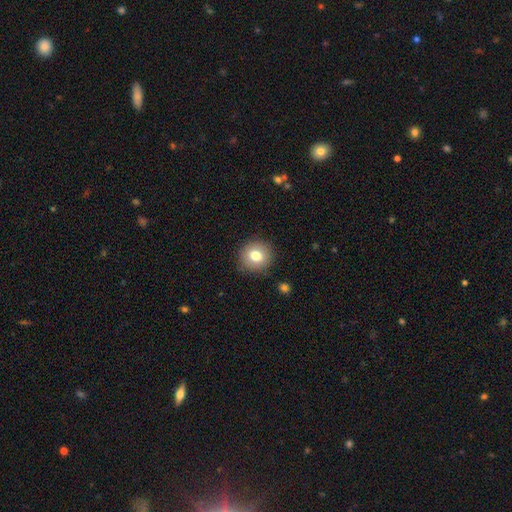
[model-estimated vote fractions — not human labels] smooth-or-featured: smooth: 77% | featured or disk: 12% | star or artifact: 10%
  how-rounded: round: 88% | in between: 11% | cigar-shaped: 1%
  merging: none: 88% | minor disturbance: 8% | major disturbance: 2% | merger: 1%